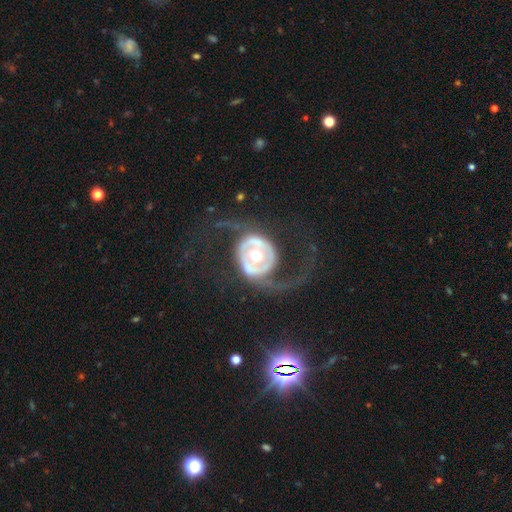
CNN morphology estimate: smooth-or-featured: featured or disk: 77% | smooth: 17% | star or artifact: 5%
  disk-edge-on: no: 94% | yes: 6%
    bar: no: 74% | weak: 15% | strong: 10%
    has-spiral-arms: yes: 53% | no: 47%
    bulge-size: moderate: 58% | large: 32% | dominant: 5% | small: 4% | none: 1%
  merging: none: 44% | major disturbance: 39% | minor disturbance: 13% | merger: 4%